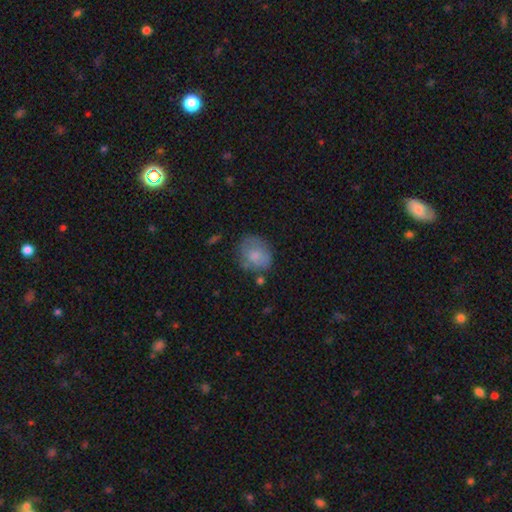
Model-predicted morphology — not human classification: Q: Smooth or featured?
A: smooth (76%); runner-up: featured or disk (17%)
Q: How rounded?
A: round (54%); runner-up: in between (45%)
Q: Merging?
A: none (59%); runner-up: minor disturbance (26%)